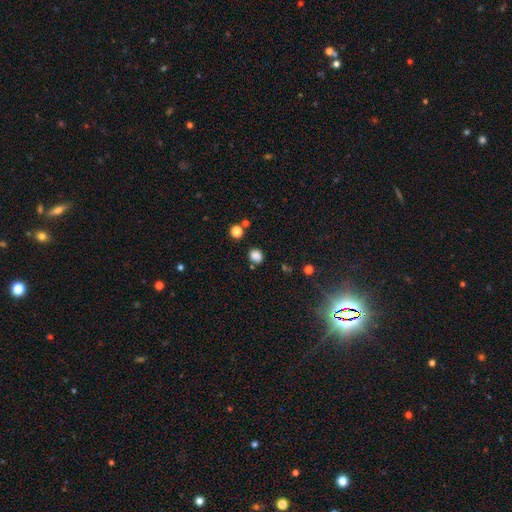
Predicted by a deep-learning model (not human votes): Q: Smooth or featured?
A: smooth (82%); runner-up: star or artifact (13%)
Q: How rounded?
A: round (62%); runner-up: in between (37%)
Q: Merging?
A: none (76%); runner-up: minor disturbance (14%)